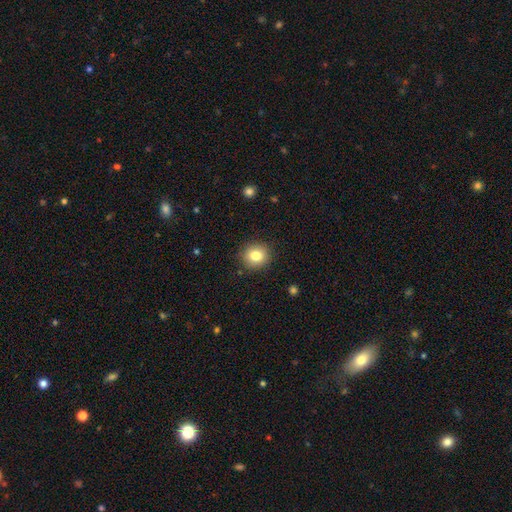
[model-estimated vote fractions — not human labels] This is clearly a smooth galaxy (81%). How rounded: clearly round (85%). Merging: clearly none (89%).